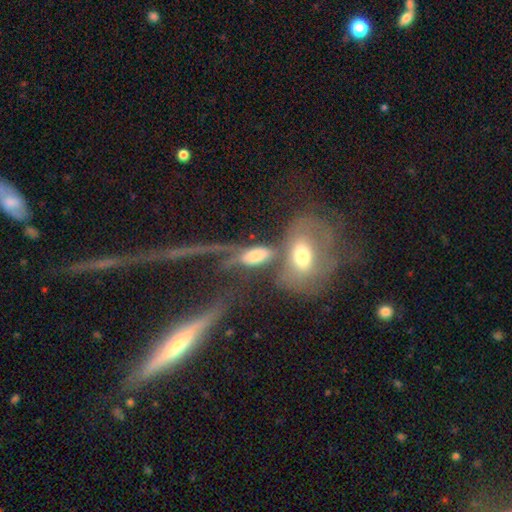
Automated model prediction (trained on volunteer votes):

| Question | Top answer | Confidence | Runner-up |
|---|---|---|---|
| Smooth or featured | smooth | 55% | featured or disk (35%) |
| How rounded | in between | 84% | cigar-shaped (10%) |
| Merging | merger | 52% | major disturbance (20%) |